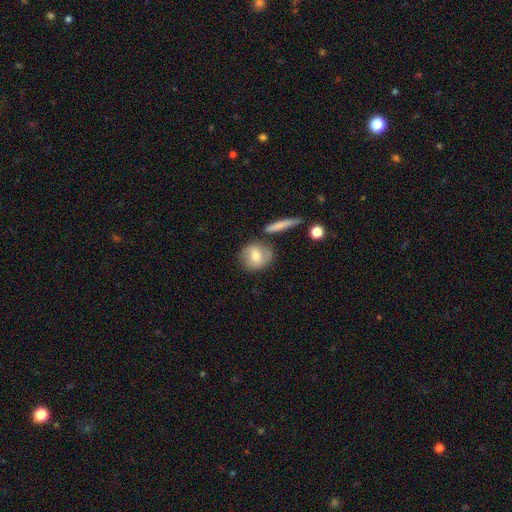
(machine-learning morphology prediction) Smooth or featured: smooth — 70% (featured or disk — 23%)
How rounded: round — 77% (in between — 20%)
Merging: none — 73% (minor disturbance — 13%)